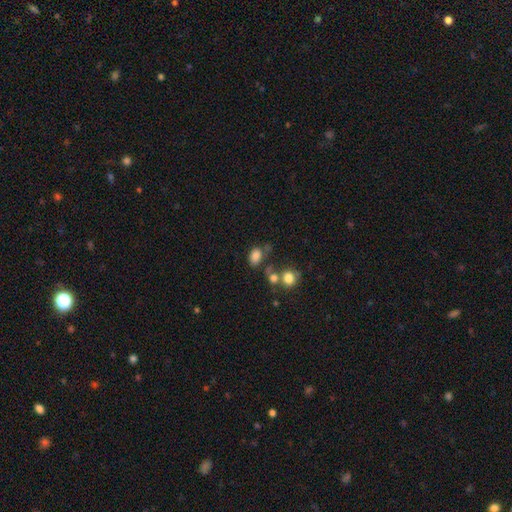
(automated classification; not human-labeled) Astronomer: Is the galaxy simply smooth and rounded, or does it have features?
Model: smooth — 81%.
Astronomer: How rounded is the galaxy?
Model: in between — 78%.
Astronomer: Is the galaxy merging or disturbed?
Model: none — 56%.